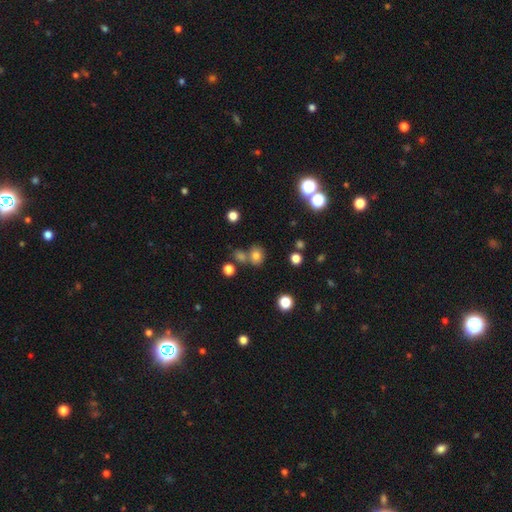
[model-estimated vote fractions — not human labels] smooth-or-featured: smooth: 76% | star or artifact: 17% | featured or disk: 8%
  how-rounded: round: 72% | in between: 27% | cigar-shaped: 1%
  merging: none: 62% | merger: 23% | minor disturbance: 11% | major disturbance: 5%